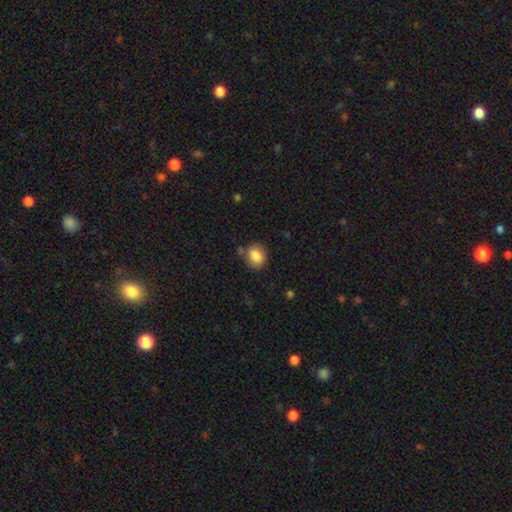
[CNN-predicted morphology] This appears to be a smooth galaxy with no disk features (85%) that is round (60%). Merging: none (76%).